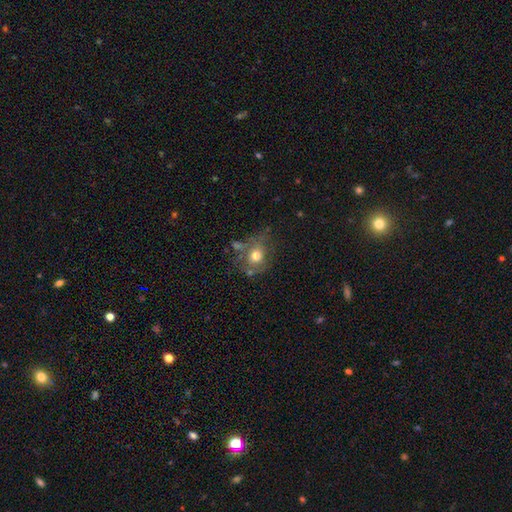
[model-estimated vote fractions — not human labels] Smooth or featured: smooth — 60% (featured or disk — 29%)
How rounded: round — 66% (in between — 33%)
Merging: none — 52% (minor disturbance — 23%)